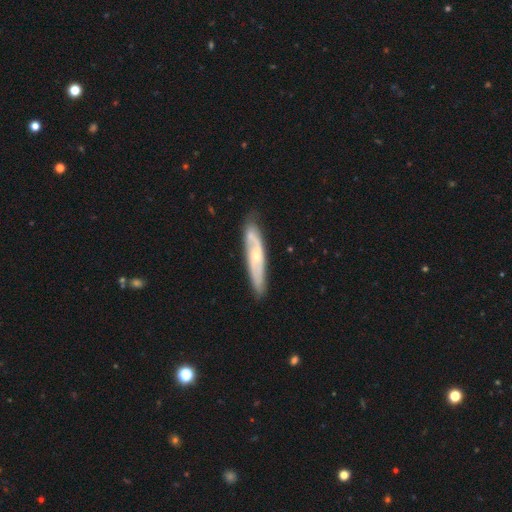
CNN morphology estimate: smooth-or-featured: featured or disk: 69% | smooth: 26% | star or artifact: 5%
  disk-edge-on: no: 63% | yes: 37%
  merging: none: 78% | minor disturbance: 17% | major disturbance: 3% | merger: 2%